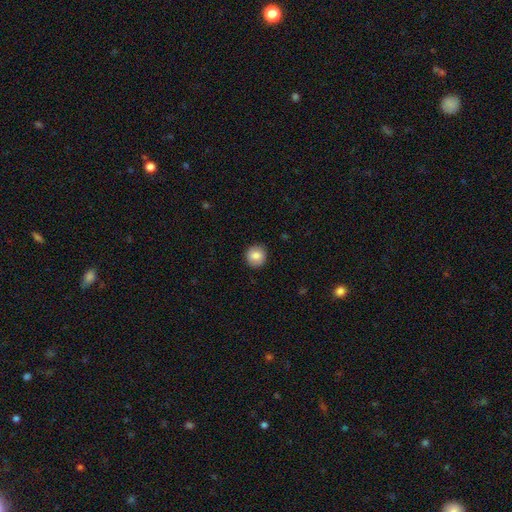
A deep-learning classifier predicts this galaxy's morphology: Smooth or featured? Predicted: smooth (p=0.84). How rounded? Predicted: round (p=0.90). Merging? Predicted: none (p=0.89).